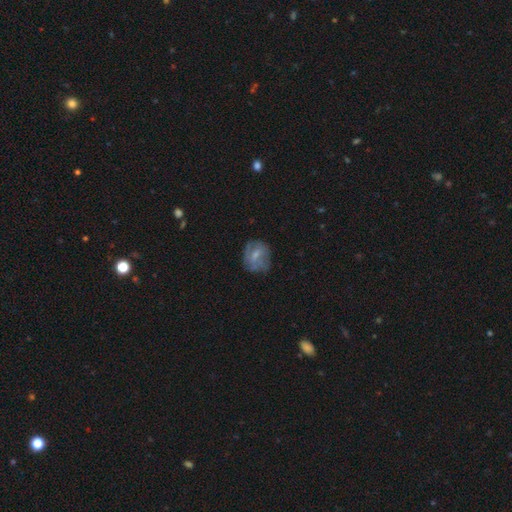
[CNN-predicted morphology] type=smooth (50%); merging=none (59%).